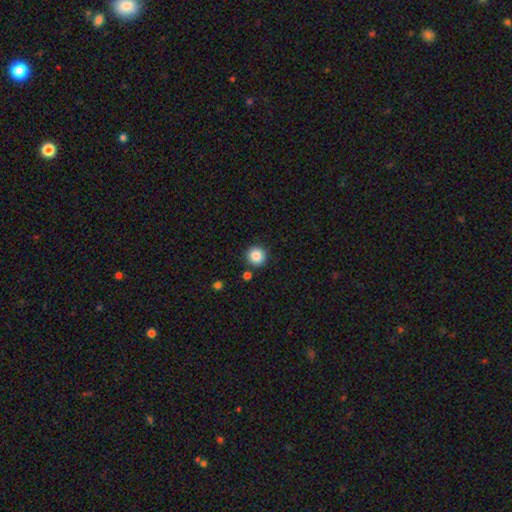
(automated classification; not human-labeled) This appears to be a smooth galaxy with no disk features (87%) that is round (95%). Merging: none (88%).